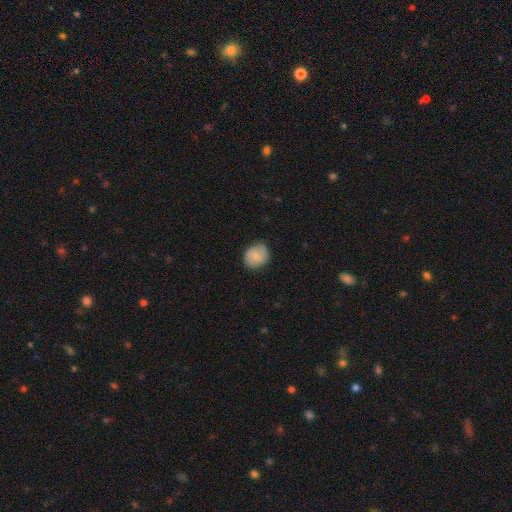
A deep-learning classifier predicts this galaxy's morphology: type=smooth (74%); roundness=round (72%); merging=none (84%).